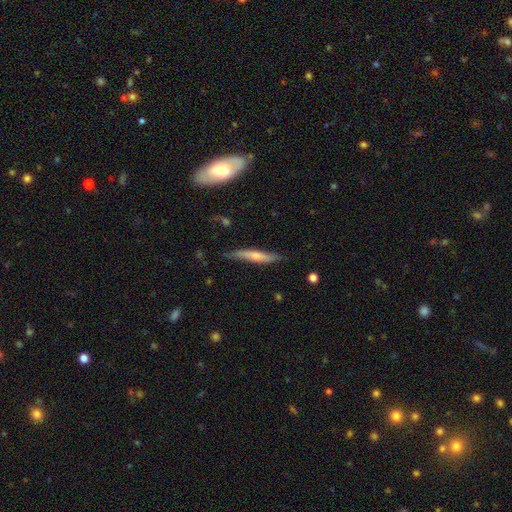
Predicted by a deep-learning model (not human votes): Smooth or featured? Predicted: smooth (p=0.54). How rounded? Predicted: cigar-shaped (p=0.91). Merging? Predicted: none (p=0.76).